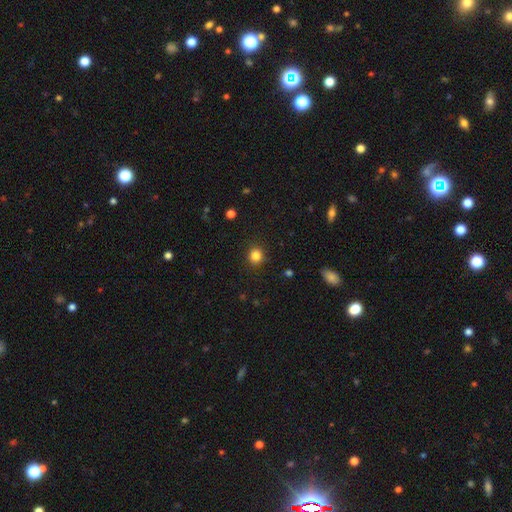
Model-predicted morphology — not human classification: Smooth or featured? Predicted: smooth (p=0.84). How rounded? Predicted: round (p=0.90). Merging? Predicted: none (p=0.92).